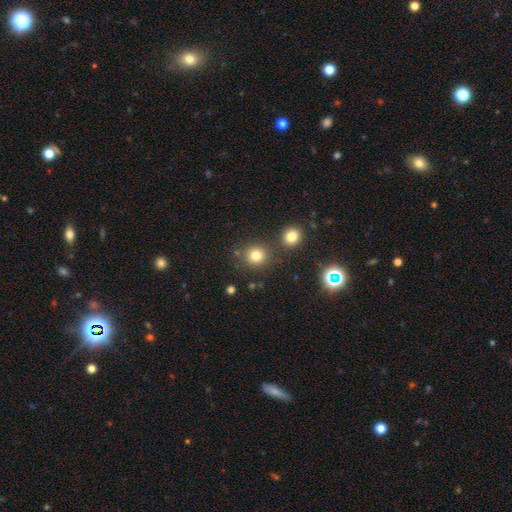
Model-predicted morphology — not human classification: A smooth galaxy with no disk features (79%) that is round (87%).

Vote fractions:
- Smooth or featured? smooth: 79% / star or artifact: 14% / featured or disk: 6%
- How rounded? round: 87% / in between: 12% / cigar-shaped: 1%
- Merging? none: 77% / merger: 11% / minor disturbance: 9% / major disturbance: 4%